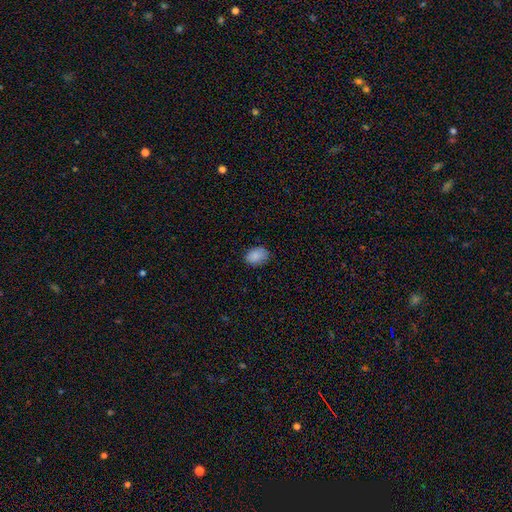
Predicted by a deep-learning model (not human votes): smooth-or-featured: smooth: 87% | star or artifact: 8% | featured or disk: 5%
  how-rounded: in between: 74% | round: 25% | cigar-shaped: 1%
  merging: none: 81% | minor disturbance: 15% | major disturbance: 3% | merger: 1%